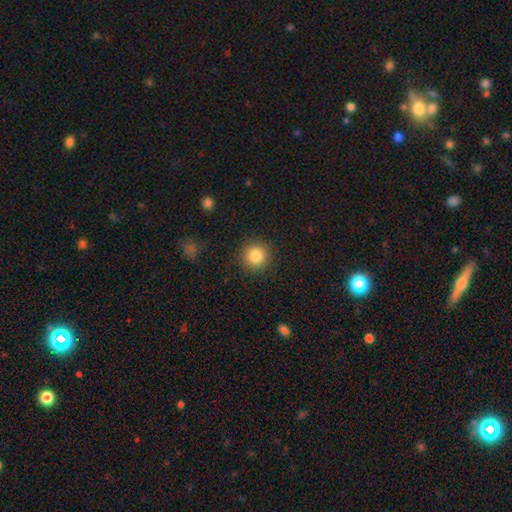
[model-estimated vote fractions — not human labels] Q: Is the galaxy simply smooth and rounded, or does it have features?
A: smooth — 84%.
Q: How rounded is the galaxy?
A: round — 95%.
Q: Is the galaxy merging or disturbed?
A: none — 91%.